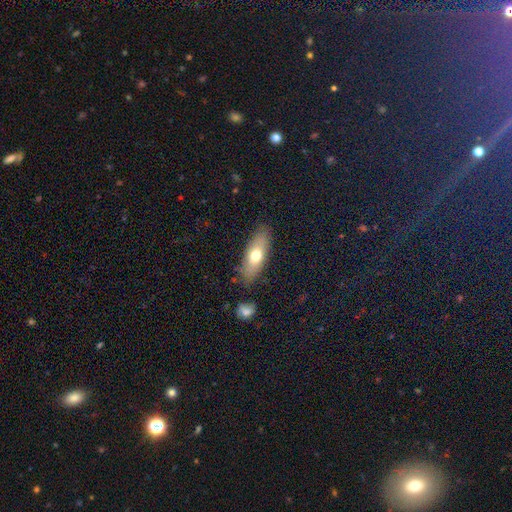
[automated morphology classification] smooth_or_featured: smooth (p=0.65) [alt: featured or disk p=0.28]
how_rounded: in between (p=0.63) [alt: cigar-shaped p=0.34]
merging: none (p=0.80) [alt: minor disturbance p=0.14]